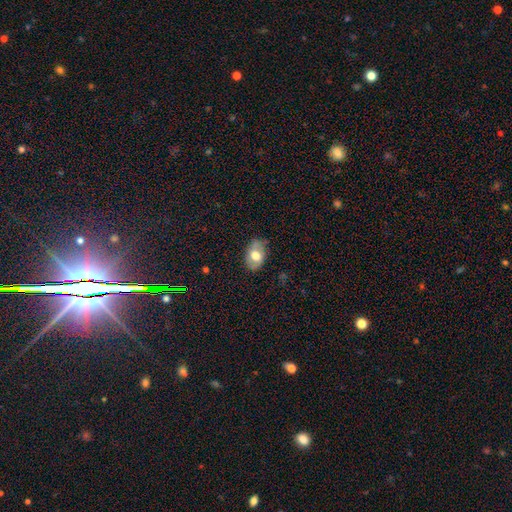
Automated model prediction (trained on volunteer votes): A smooth galaxy with no disk features (61%) that is in between round and cigar-shaped (84%).

Vote fractions:
- Smooth or featured? smooth: 61% / featured or disk: 32% / star or artifact: 7%
- How rounded? in between: 84% / round: 15% / cigar-shaped: 1%
- Merging? none: 73% / minor disturbance: 21% / major disturbance: 5% / merger: 1%